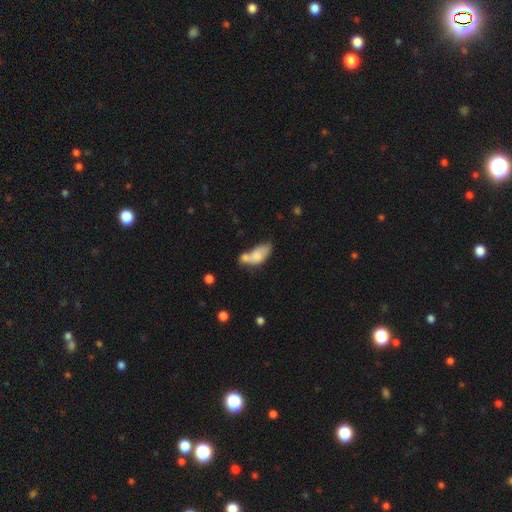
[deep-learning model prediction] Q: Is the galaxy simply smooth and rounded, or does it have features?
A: smooth — 69%.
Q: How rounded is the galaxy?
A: in between — 85%.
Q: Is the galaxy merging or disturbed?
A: merger — 52%.